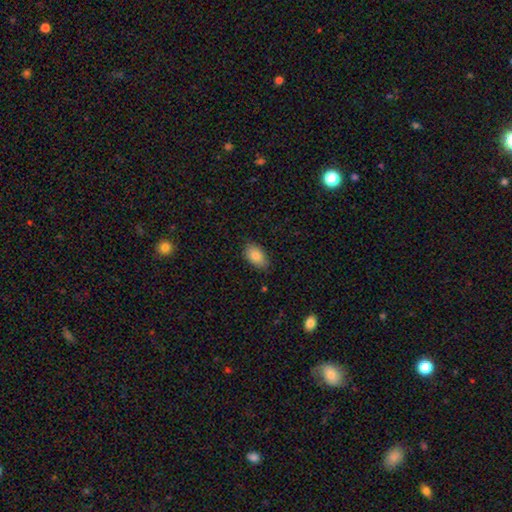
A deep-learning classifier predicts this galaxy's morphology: This appears to be a smooth galaxy with no disk features (83%) that is in between round and cigar-shaped (91%). Merging: none (82%).